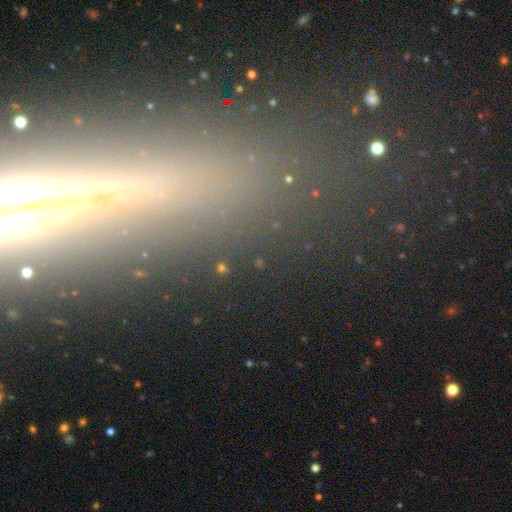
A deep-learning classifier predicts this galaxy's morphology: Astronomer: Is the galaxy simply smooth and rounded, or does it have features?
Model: featured or disk — 43% (runner-up: star or artifact, 34%).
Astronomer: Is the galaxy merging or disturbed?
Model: none — 76%.